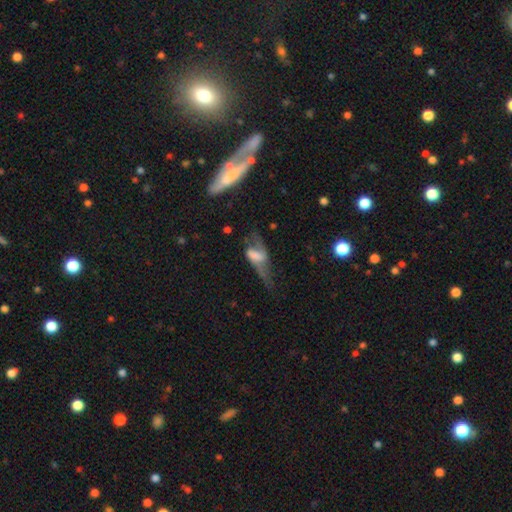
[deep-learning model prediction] The model was most divided on "merging": major disturbance: 46%, none: 26%, minor disturbance: 20%, merger: 7%. More confident: edge-on disk — no (83%); smooth or featured — featured or disk (58%).